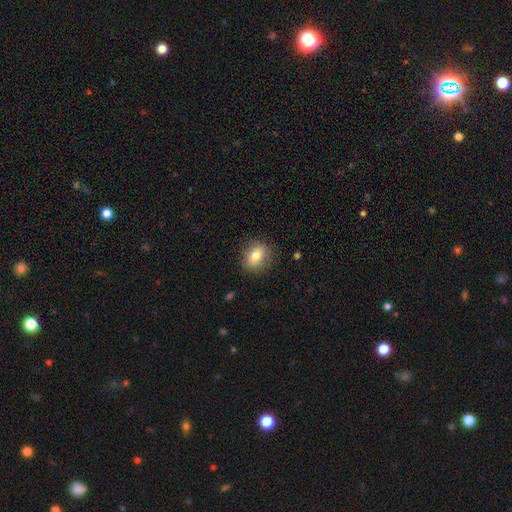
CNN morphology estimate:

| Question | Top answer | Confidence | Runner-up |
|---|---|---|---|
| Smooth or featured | smooth | 74% | featured or disk (17%) |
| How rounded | in between | 54% | round (44%) |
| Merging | none | 82% | minor disturbance (14%) |